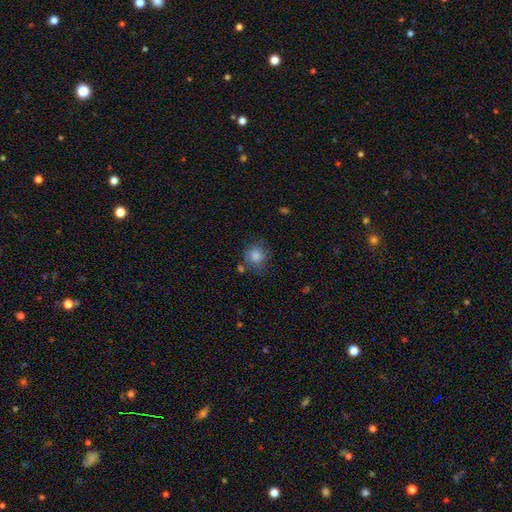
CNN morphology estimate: This is clearly a smooth galaxy (81%). How rounded: clearly round (84%). Merging: likely none (68%).